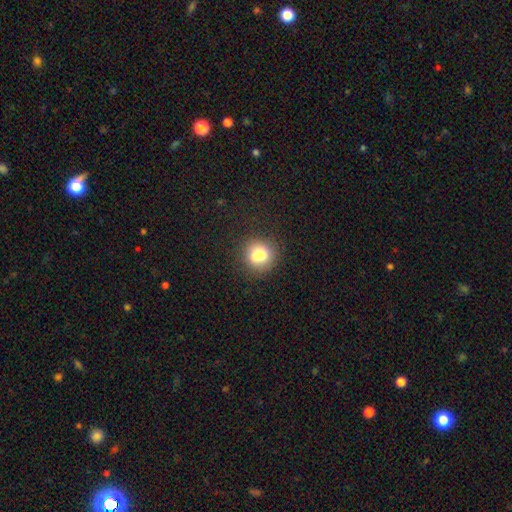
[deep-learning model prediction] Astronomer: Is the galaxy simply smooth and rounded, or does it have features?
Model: smooth — 74%.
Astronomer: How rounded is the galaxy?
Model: round — 80%.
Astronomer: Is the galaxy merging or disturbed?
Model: none — 58%.